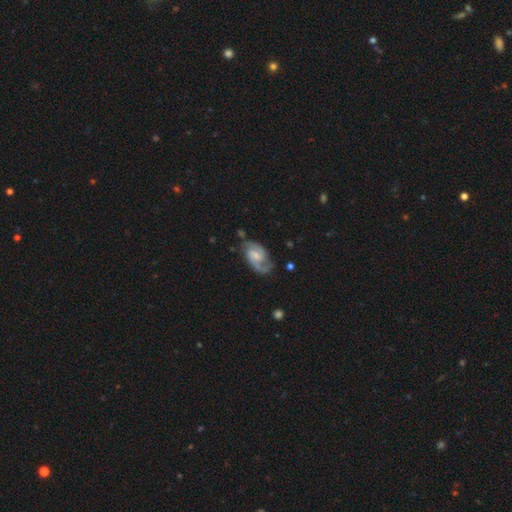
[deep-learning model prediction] Smooth or featured?
  - featured or disk: 81% *
  - smooth: 14%
  - star or artifact: 5%
Edge-on disk?
  - no: 97% *
  - yes: 3%
Bar?
  - weak: 53% *
  - no: 35%
  - strong: 12%
Spiral arms?
  - yes: 95% *
  - no: 5%
Spiral winding?
  - medium: 52% *
  - tight: 29%
  - loose: 19%
Spiral arm count?
  - 2: 83% *
  - can't tell: 7%
  - 1: 6%
  - 3: 2%
  - 4: 1%
  - more than 4: 1%
Bulge size?
  - small: 47% *
  - moderate: 36%
  - none: 11%
  - large: 4%
  - dominant: 1%
Merging?
  - none: 65% *
  - minor disturbance: 22%
  - major disturbance: 10%
  - merger: 4%